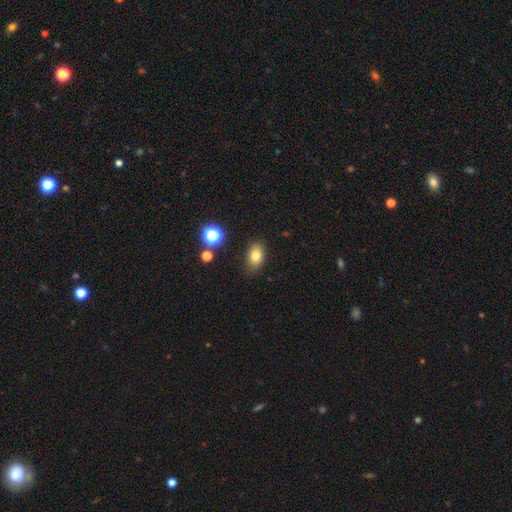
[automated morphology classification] A smooth galaxy with no disk features (79%) that is in between round and cigar-shaped (81%). Merging: none (84%).